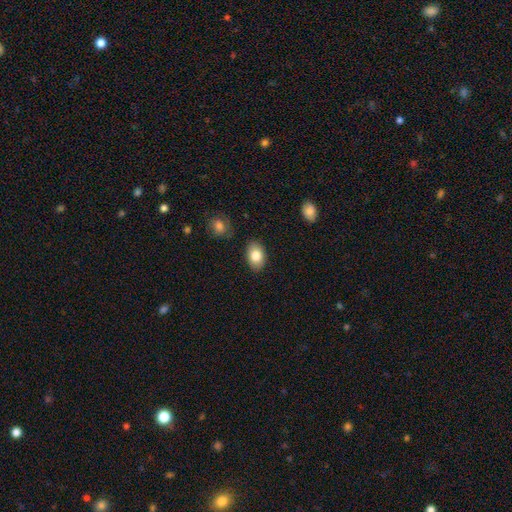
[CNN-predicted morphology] smooth 82%, featured or disk 11%, star or artifact 7%. Down the decision tree: how rounded — in between (86%); merging — none (86%).